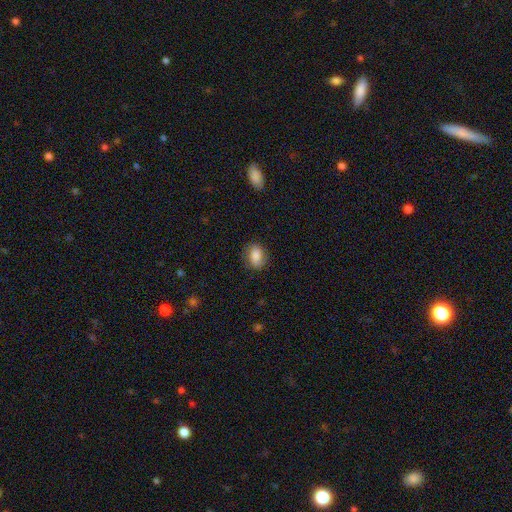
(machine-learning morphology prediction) This appears to be a smooth galaxy with no disk features (84%) that is in between round and cigar-shaped (76%). Merging: none (82%).